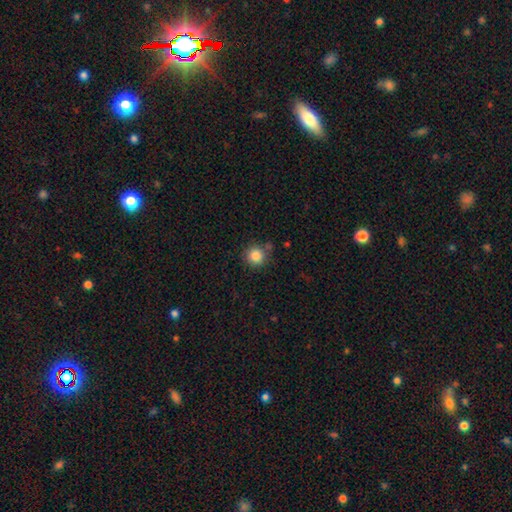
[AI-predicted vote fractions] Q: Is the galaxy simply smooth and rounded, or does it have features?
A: smooth — 85%.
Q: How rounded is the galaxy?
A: round — 94%.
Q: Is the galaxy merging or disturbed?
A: none — 81%.